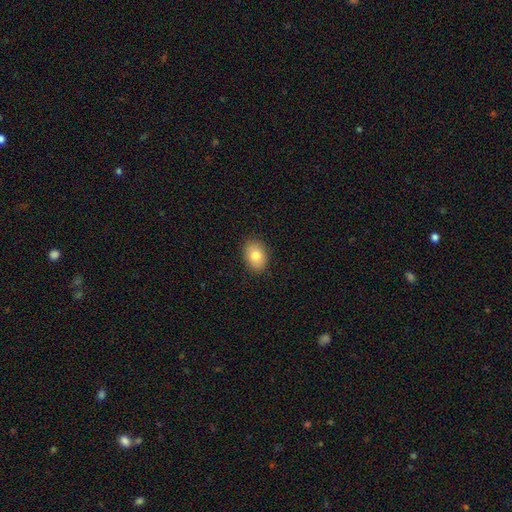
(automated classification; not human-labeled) Q: Smooth or featured?
A: smooth (80%); runner-up: featured or disk (12%)
Q: How rounded?
A: in between (71%); runner-up: round (28%)
Q: Merging?
A: none (88%); runner-up: minor disturbance (9%)